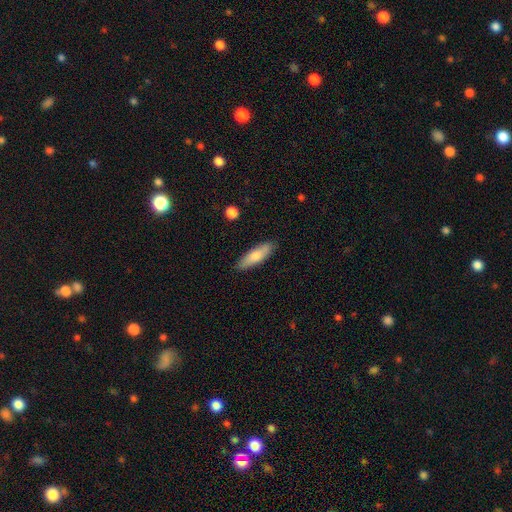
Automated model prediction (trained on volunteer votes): The model was most divided on "how rounded": cigar-shaped: 55%, in between: 43%, round: 2%. More confident: merging — none (86%); smooth or featured — smooth (76%).